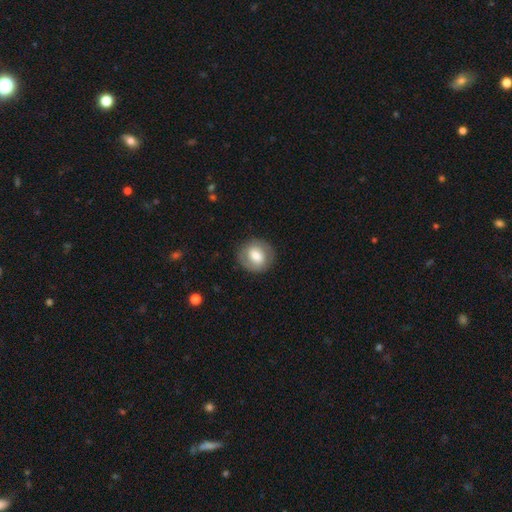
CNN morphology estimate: Overall: smooth (64%; featured or disk 29%). How rounded: round (78%). Merging: none (84%).